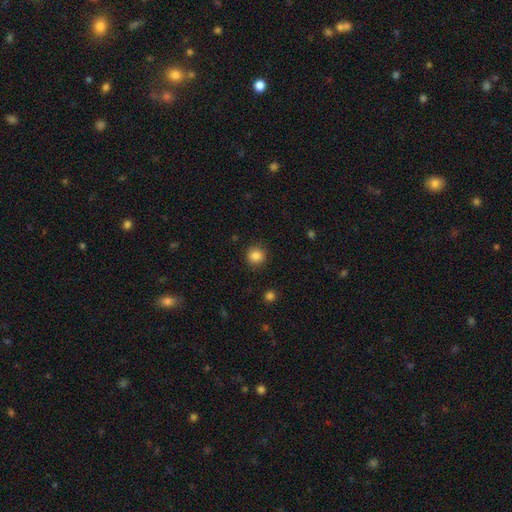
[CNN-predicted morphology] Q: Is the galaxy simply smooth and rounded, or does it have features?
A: smooth — 86%.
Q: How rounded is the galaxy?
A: round — 94%.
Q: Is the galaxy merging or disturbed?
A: none — 90%.